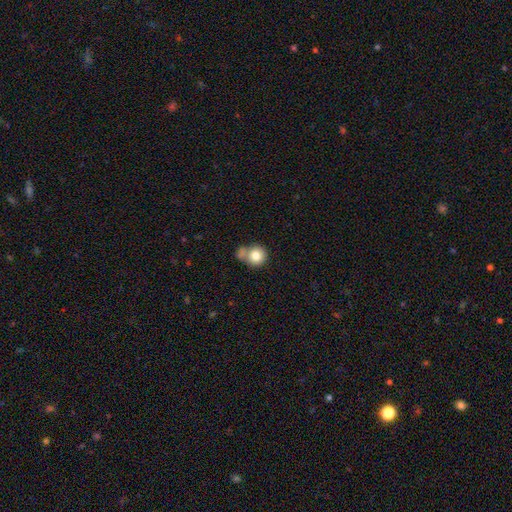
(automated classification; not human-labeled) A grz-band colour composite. It shows a smooth galaxy with no disk features (80%) that is round (87%). Merging: none (45%).